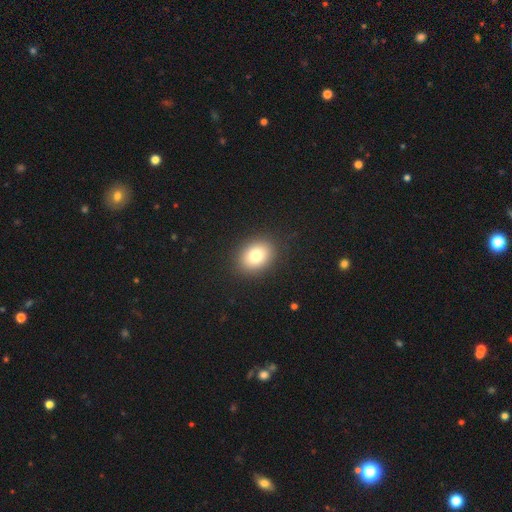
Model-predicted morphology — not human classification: Q: Smooth or featured?
A: smooth (79%); runner-up: star or artifact (11%)
Q: How rounded?
A: in between (55%); runner-up: round (44%)
Q: Merging?
A: none (90%); runner-up: minor disturbance (7%)